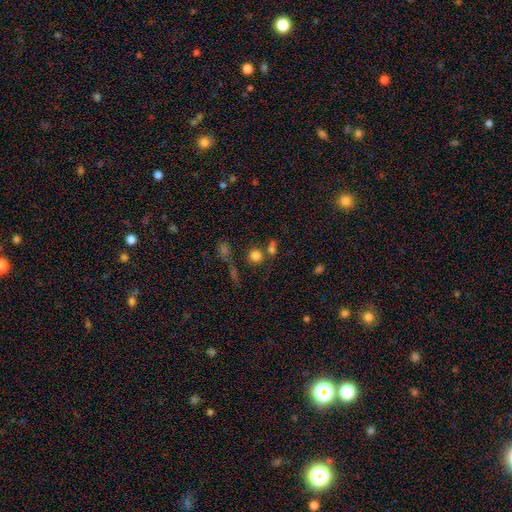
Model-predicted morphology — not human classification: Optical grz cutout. It shows a smooth galaxy with no disk features (76%) that is round (86%). Merging: none (62%).